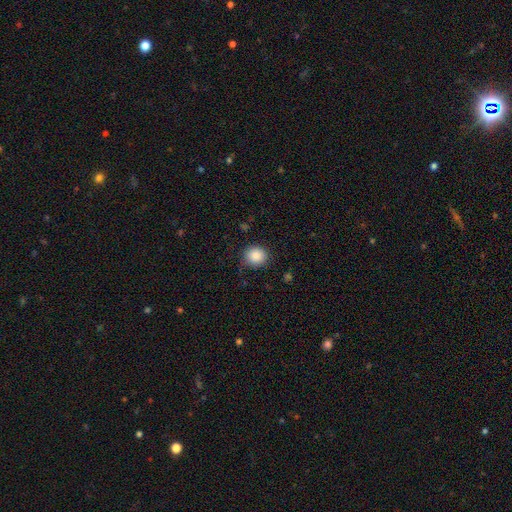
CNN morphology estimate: Smooth or featured: smooth — 87% (star or artifact — 9%)
How rounded: round — 85% (in between — 14%)
Merging: none — 84% (minor disturbance — 12%)